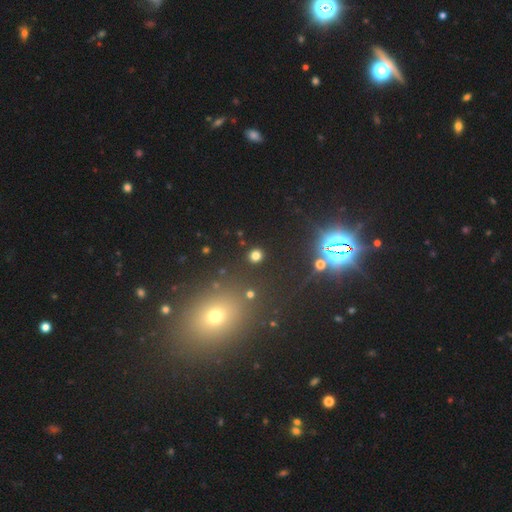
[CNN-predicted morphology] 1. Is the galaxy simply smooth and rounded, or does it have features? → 74% smooth, 21% star or artifact, 5% featured or disk.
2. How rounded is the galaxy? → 87% round, 12% in between, 1% cigar-shaped.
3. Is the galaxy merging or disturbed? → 89% none, 6% minor disturbance, 3% merger, 3% major disturbance.